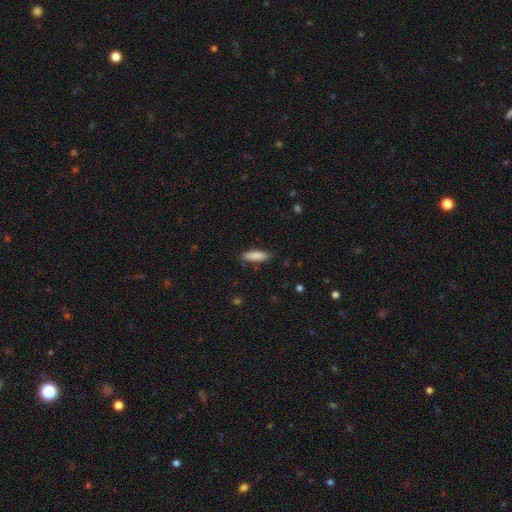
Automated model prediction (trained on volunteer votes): The model was most divided on "how rounded": cigar-shaped: 51%, in between: 48%, round: 2%. More confident: smooth or featured — smooth (87%); merging — none (86%).